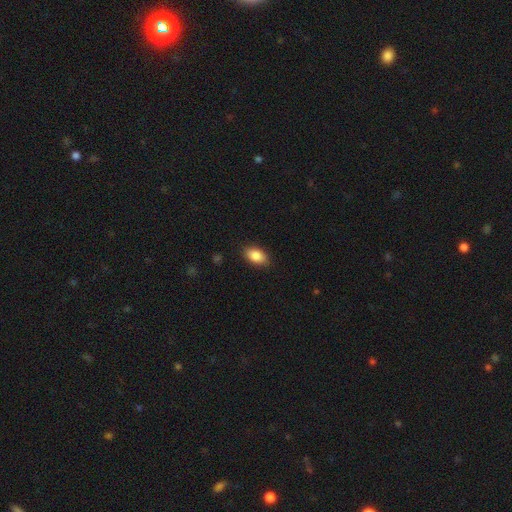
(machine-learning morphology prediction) This is clearly a smooth galaxy (87%). How rounded: clearly in between (91%). Merging: clearly none (87%).